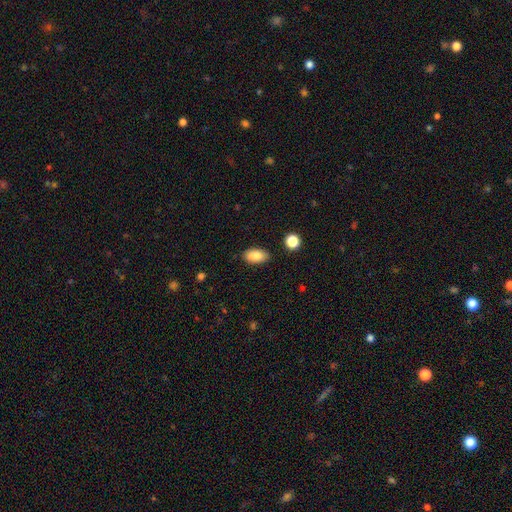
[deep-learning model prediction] Smooth or featured? Predicted: smooth (p=0.85). How rounded? Predicted: in between (p=0.92). Merging? Predicted: none (p=0.86).